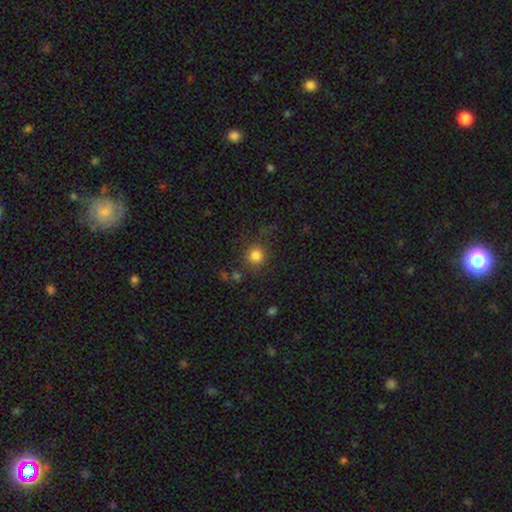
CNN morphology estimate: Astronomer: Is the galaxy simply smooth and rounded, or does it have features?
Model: smooth — 81%.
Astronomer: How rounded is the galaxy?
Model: round — 92%.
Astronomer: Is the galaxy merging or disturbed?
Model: none — 77%.